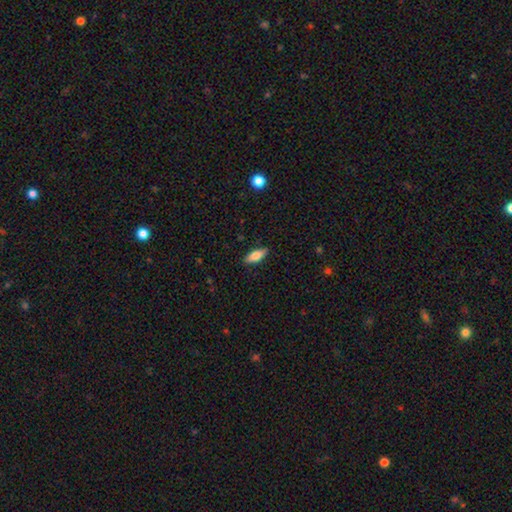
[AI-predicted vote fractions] This is likely a smooth galaxy (75%). How rounded: likely in between (74%). Merging: clearly none (88%).